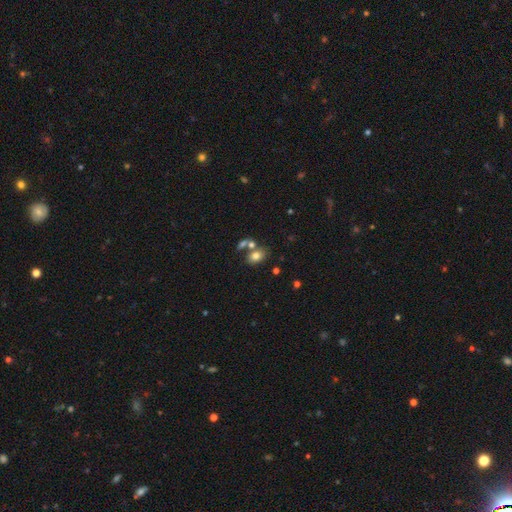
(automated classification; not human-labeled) Smooth or featured?
  - smooth: 76% *
  - featured or disk: 13%
  - star or artifact: 11%
How rounded?
  - in between: 75% *
  - round: 24%
  - cigar-shaped: 1%
Merging?
  - none: 53% *
  - merger: 30%
  - minor disturbance: 12%
  - major disturbance: 5%